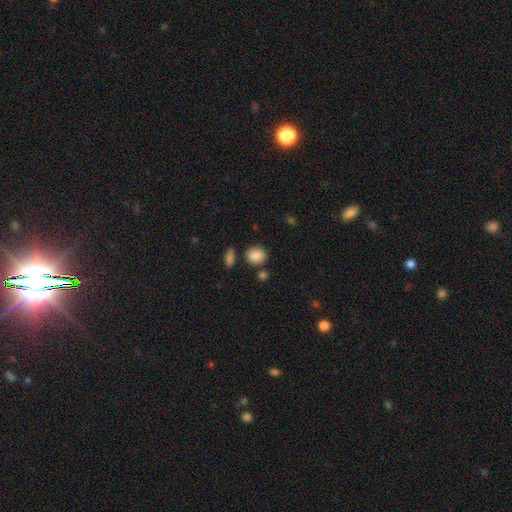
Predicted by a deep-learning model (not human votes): Overall: smooth (87%). How rounded: round (71%). Merging: none (76%).